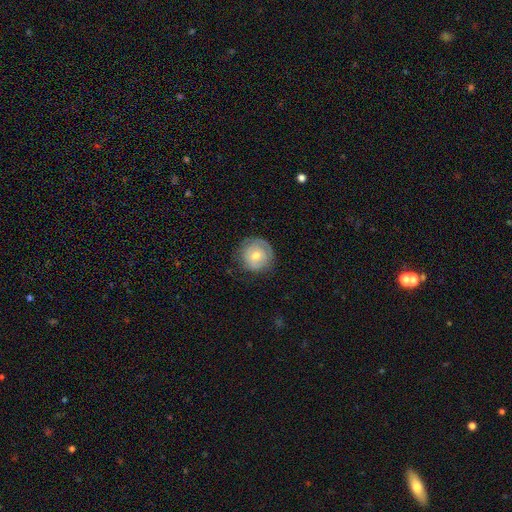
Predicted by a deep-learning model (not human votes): Smooth or featured?
  - smooth: 52% *
  - featured or disk: 40%
  - star or artifact: 8%
How rounded?
  - round: 93% *
  - in between: 6%
  - cigar-shaped: 1%
Merging?
  - none: 76% *
  - minor disturbance: 17%
  - major disturbance: 6%
  - merger: 1%